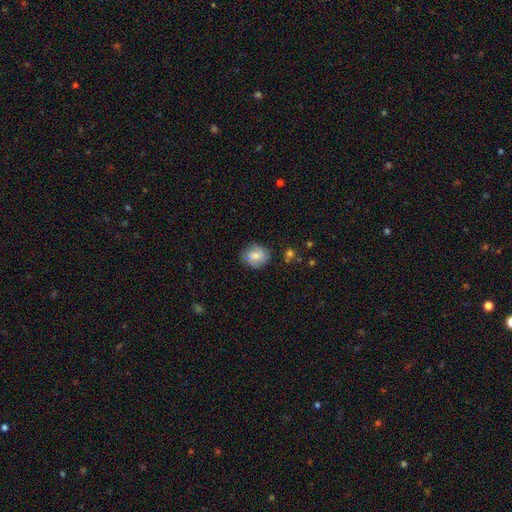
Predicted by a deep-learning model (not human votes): smooth 65%, featured or disk 27%, star or artifact 8%. Down the decision tree: how rounded — round (63%); merging — none (74%).